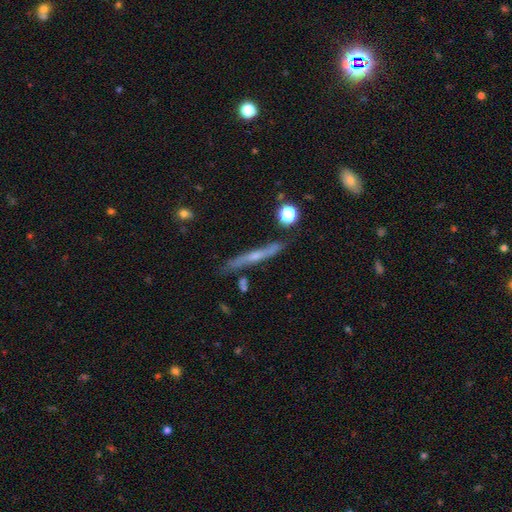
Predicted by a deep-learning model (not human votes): Smooth or featured? featured or disk (67%)
Edge-on disk? yes (93%)
Edge-on bulge? rounded (62%)
Merging? none (81%)